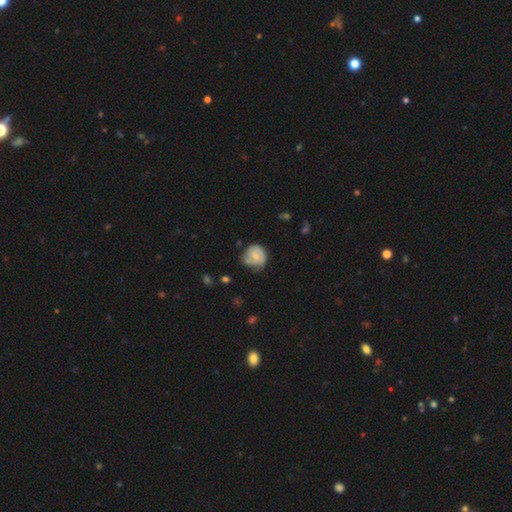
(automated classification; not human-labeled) smooth 49%, featured or disk 44%, star or artifact 7%. Down the decision tree: merging — none (49%).